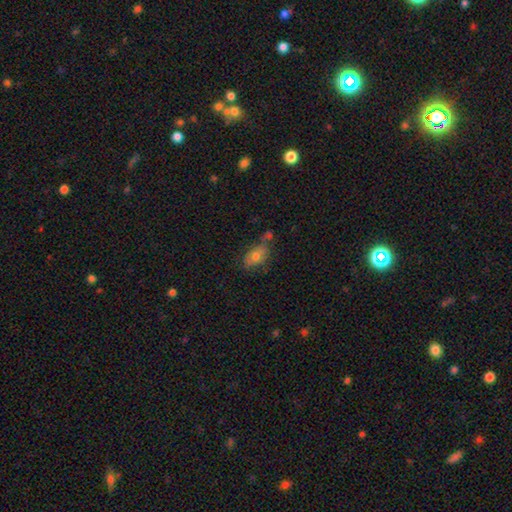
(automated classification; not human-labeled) A smooth galaxy with no disk features (66%) that is in between round and cigar-shaped (84%). Merging: none (51%).